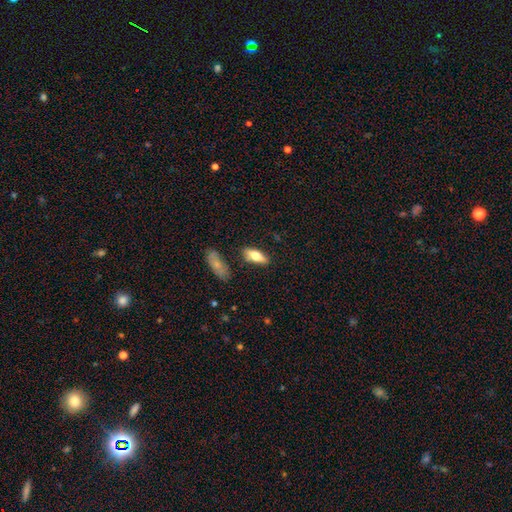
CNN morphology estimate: The model was most divided on "smooth or featured": smooth: 63%, featured or disk: 31%, star or artifact: 6%. More confident: merging — none (80%); how rounded — in between (68%).